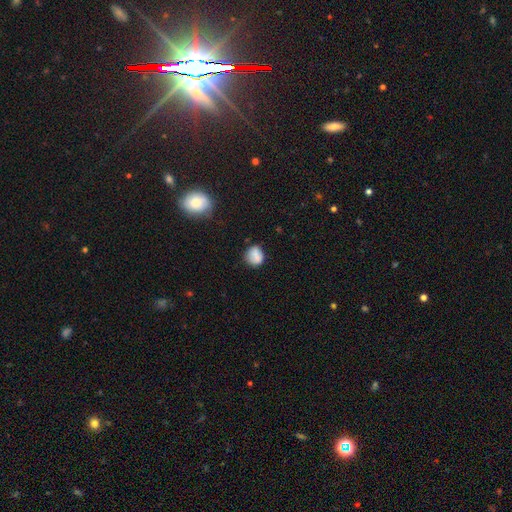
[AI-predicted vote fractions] A smooth galaxy with no disk features (80%) that is round (70%). Merging: none (68%).